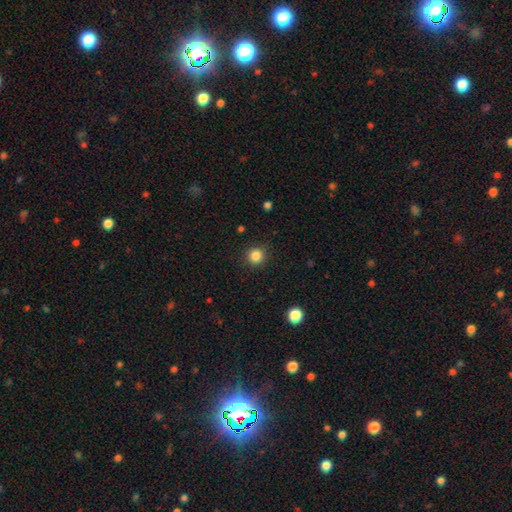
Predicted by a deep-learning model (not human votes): A smooth galaxy with no disk features (85%) that is round (94%). Merging: none (90%).